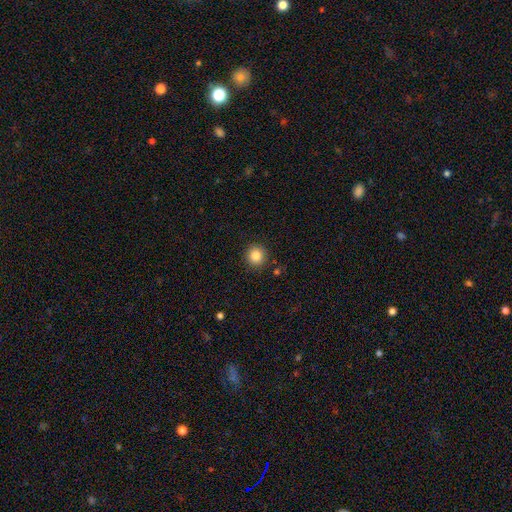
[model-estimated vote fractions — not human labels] Smooth or featured? smooth (86%)
How rounded? round (92%)
Merging? none (90%)